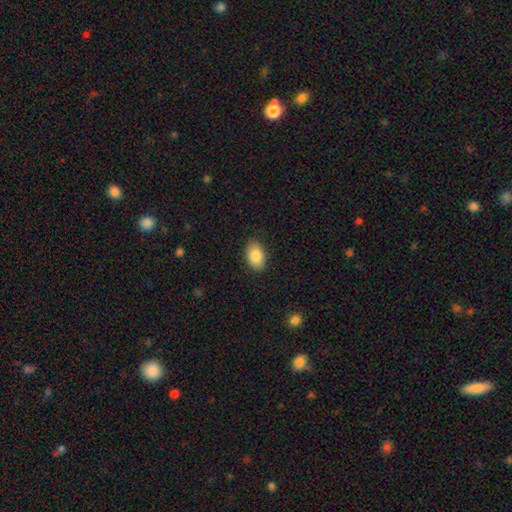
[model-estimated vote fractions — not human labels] smooth 86%, star or artifact 7%, featured or disk 7%. Down the decision tree: how rounded — in between (91%); merging — none (88%).